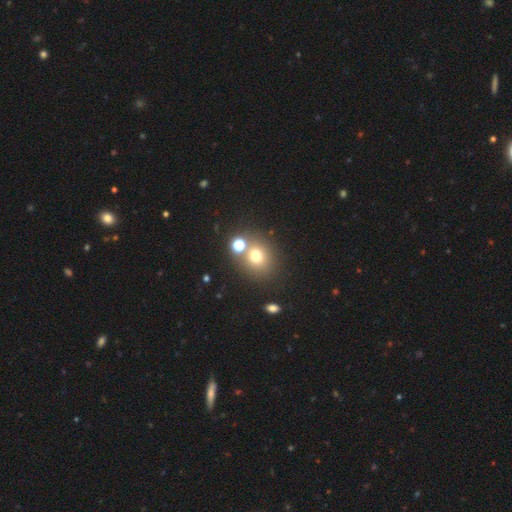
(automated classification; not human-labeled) smooth-or-featured: smooth: 69% | star or artifact: 19% | featured or disk: 12%
  how-rounded: round: 78% | in between: 21% | cigar-shaped: 1%
  merging: none: 66% | merger: 21% | minor disturbance: 9% | major disturbance: 4%